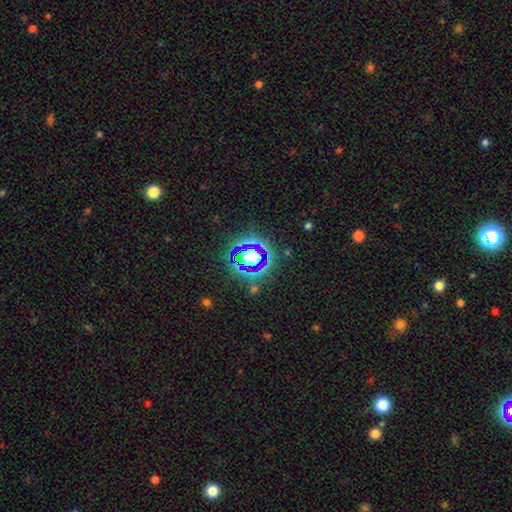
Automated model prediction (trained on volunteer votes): This is likely a star or artifact rather than a galaxy (64%).